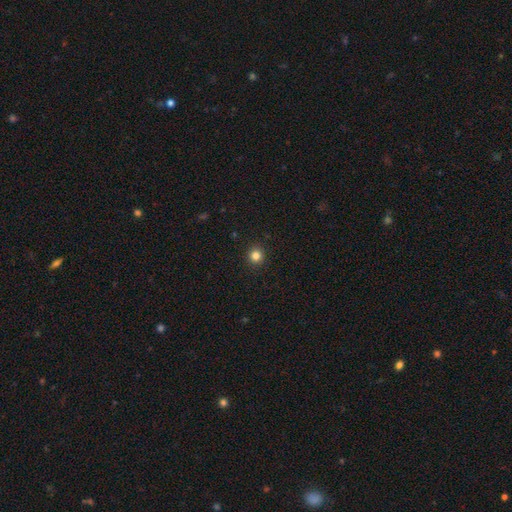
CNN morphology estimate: smooth 83%, star or artifact 13%, featured or disk 5%. Down the decision tree: how rounded — round (93%); merging — none (93%).